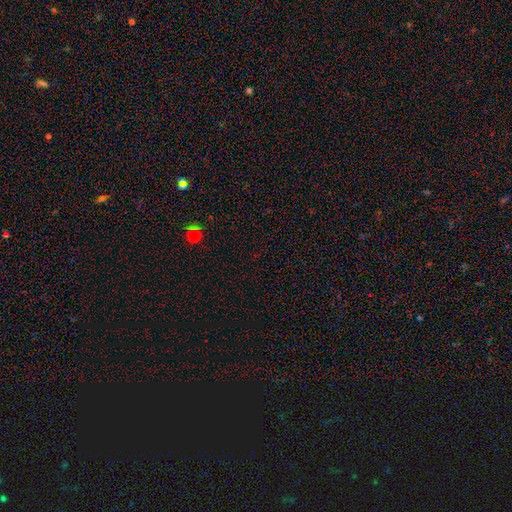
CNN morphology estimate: smooth_or_featured: star or artifact (p=0.67) [alt: smooth p=0.26]